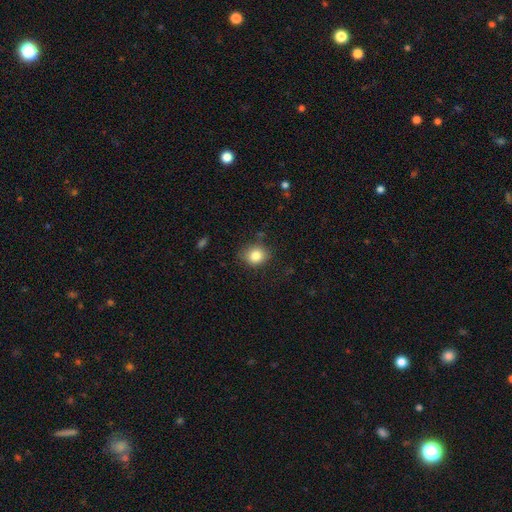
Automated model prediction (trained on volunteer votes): Morphology: type=smooth (83%); roundness=round (69%); merging=none (79%).